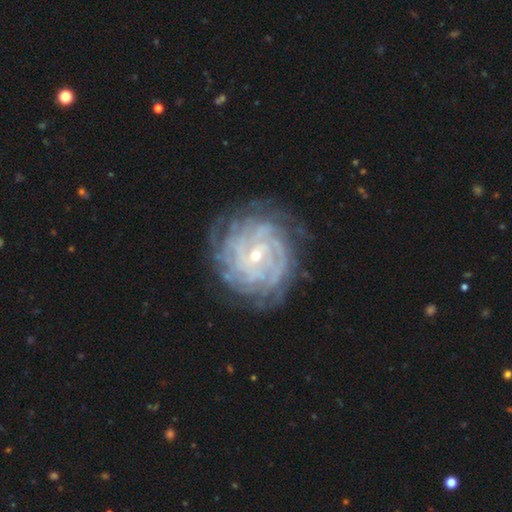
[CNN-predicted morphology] smooth-or-featured: featured or disk: 88% | star or artifact: 6% | smooth: 6%
  disk-edge-on: no: 97% | yes: 3%
    bar: no: 55% | weak: 34% | strong: 11%
    has-spiral-arms: yes: 97% | no: 3%
      spiral-winding: tight: 82% | medium: 15% | loose: 3%
      spiral-arm-count: can't tell: 33% | more than 4: 24% | 4: 18% | 3: 10% | 2: 8% | 1: 7%
    bulge-size: small: 72% | moderate: 25% | large: 1% | none: 1% | dominant: 1%
  merging: none: 78% | minor disturbance: 15% | major disturbance: 6% | merger: 1%